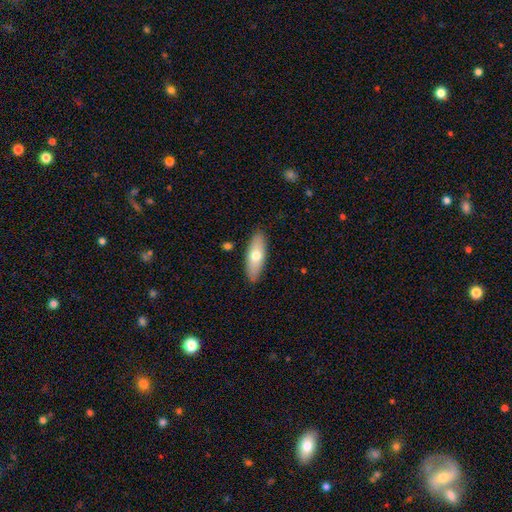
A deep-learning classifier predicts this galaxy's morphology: Q: Smooth or featured?
A: smooth (66%); runner-up: featured or disk (28%)
Q: How rounded?
A: in between (64%); runner-up: cigar-shaped (33%)
Q: Merging?
A: none (88%); runner-up: minor disturbance (9%)